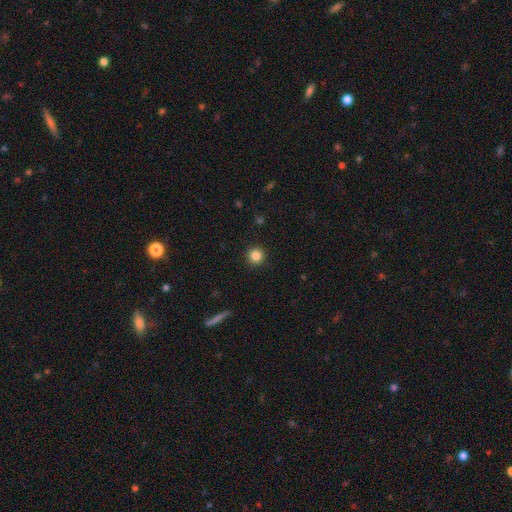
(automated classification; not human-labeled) The model was most divided on "smooth or featured": smooth: 84%, star or artifact: 11%, featured or disk: 4%. More confident: how rounded — round (96%); merging — none (93%).